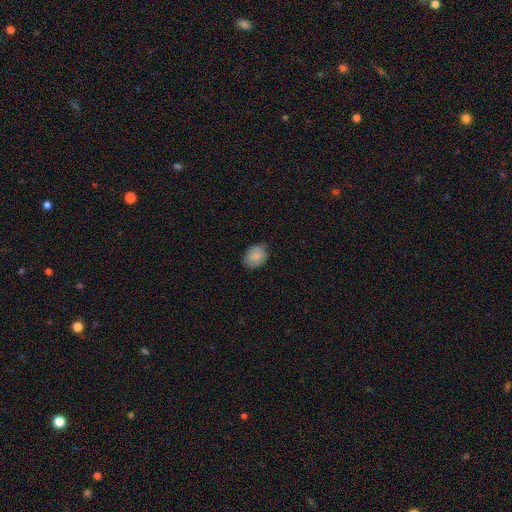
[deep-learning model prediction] A smooth galaxy with no disk features (85%) that is in between round and cigar-shaped (62%).

Vote fractions:
- Smooth or featured? smooth: 85% / featured or disk: 7% / star or artifact: 7%
- How rounded? in between: 62% / round: 37% / cigar-shaped: 1%
- Merging? none: 80% / minor disturbance: 17% / major disturbance: 3% / merger: 1%